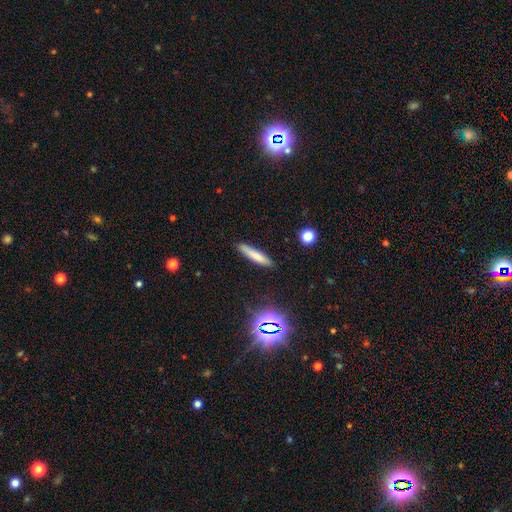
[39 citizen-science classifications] A smooth galaxy with no disk features (87%) that is cigar-shaped (85%).

Vote fractions:
- Smooth or featured? smooth: 87% / star or artifact: 10% / featured or disk: 3%
- How rounded? cigar-shaped: 85% / in between: 12% / round: 3%
- Merging? none: 71% / minor disturbance: 23% / merger: 6% / major disturbance: 0%